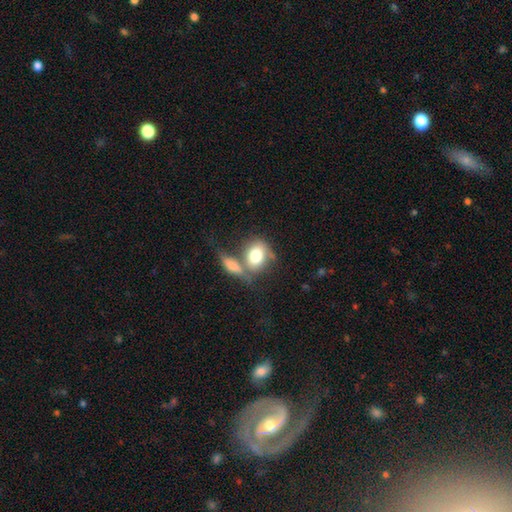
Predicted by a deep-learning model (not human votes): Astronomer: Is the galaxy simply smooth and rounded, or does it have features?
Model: smooth — 74%.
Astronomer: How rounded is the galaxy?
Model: in between — 66%.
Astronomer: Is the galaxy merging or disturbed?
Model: merger — 47% (runner-up: none, 32%).